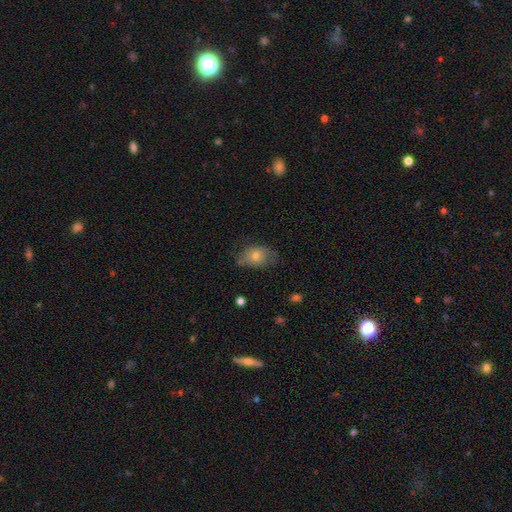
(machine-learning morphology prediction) smooth_or_featured: smooth (p=0.55) [alt: featured or disk p=0.34]
how_rounded: in between (p=0.75) [alt: round p=0.23]
merging: none (p=0.57) [alt: minor disturbance p=0.29]